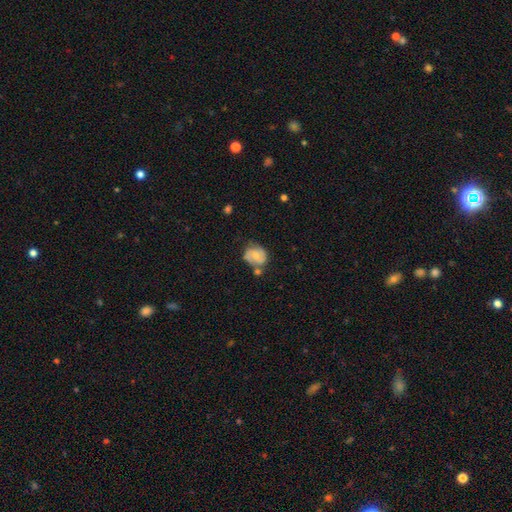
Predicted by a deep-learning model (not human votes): Overall: featured or disk (61%; smooth 32%). Edge-on disk: no (98%). Bar: no (55%; weak 37%). Spiral arms: yes (86%). Spiral arm count: 2 (77%). Spiral winding: medium (46%; tight 37%). Bulge size: moderate (49%; small 40%). Merging: none (50%; minor disturbance 24%).